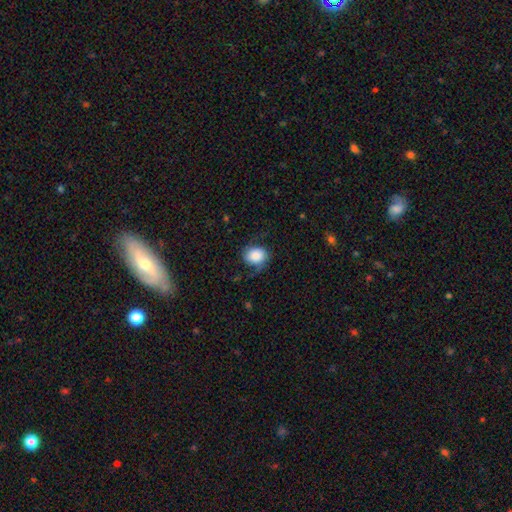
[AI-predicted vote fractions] Morphology: type=smooth (65%); roundness=round (52%); merging=none (63%).